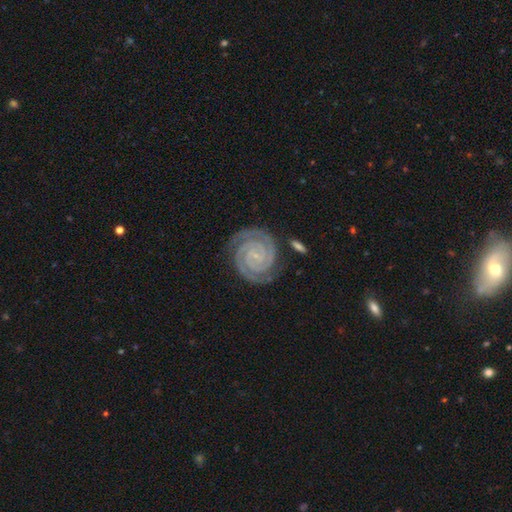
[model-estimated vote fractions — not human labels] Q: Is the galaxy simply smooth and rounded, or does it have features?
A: featured or disk — 93%.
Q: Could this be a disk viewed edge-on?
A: no — 98%.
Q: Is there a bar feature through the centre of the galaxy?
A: no — 50%.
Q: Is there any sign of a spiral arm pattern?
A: yes — 99%.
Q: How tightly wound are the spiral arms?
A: tight — 89%.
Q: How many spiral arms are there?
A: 2 — 83%.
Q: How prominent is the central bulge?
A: small — 77%.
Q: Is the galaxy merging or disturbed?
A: none — 84%.